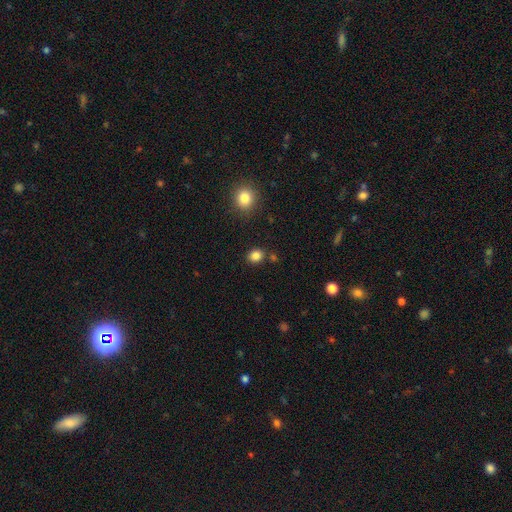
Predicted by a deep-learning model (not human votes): Smooth or featured?
  - smooth: 84% *
  - star or artifact: 12%
  - featured or disk: 4%
How rounded?
  - round: 65% *
  - in between: 34%
  - cigar-shaped: 1%
Merging?
  - none: 84% *
  - minor disturbance: 9%
  - merger: 5%
  - major disturbance: 3%